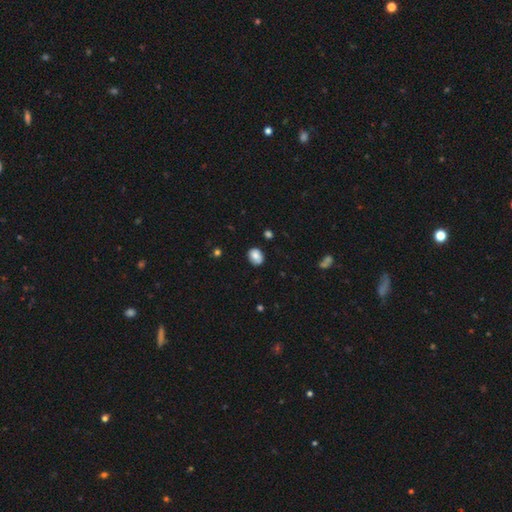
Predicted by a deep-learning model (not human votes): Smooth or featured? Predicted: smooth (p=0.83). How rounded? Predicted: in between (p=0.62). Merging? Predicted: none (p=0.82).